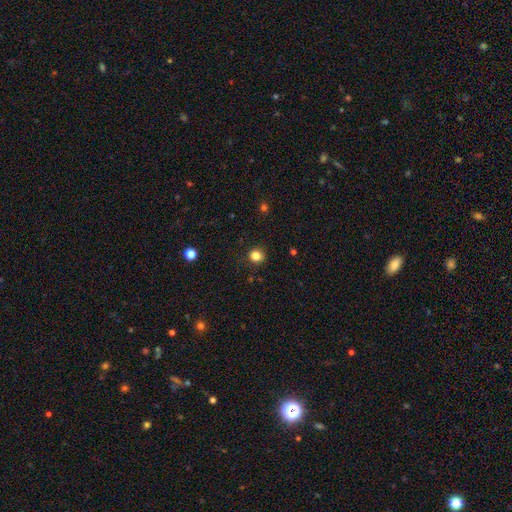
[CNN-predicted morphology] A smooth galaxy with no disk features (83%) that is round (89%). Merging: none (91%).